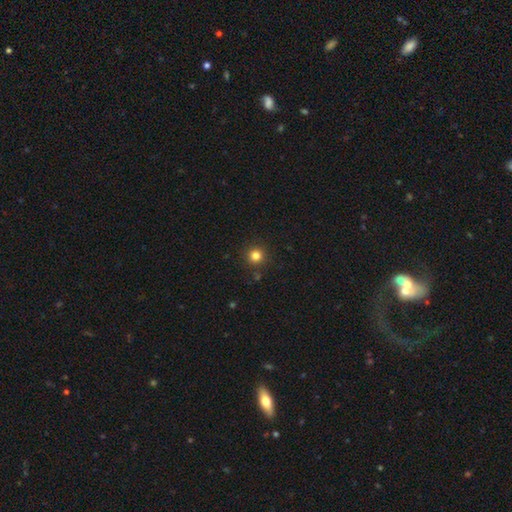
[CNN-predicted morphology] This appears to be a smooth galaxy with no disk features (82%) that is round (95%). Merging: none (90%).